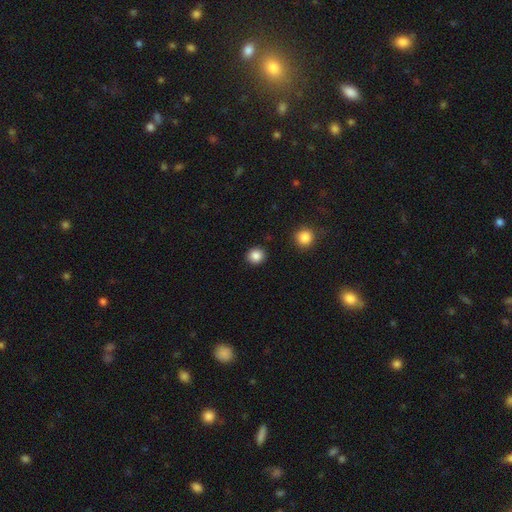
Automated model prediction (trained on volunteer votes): Smooth or featured: smooth — 86% (star or artifact — 10%)
How rounded: round — 85% (in between — 14%)
Merging: none — 91% (minor disturbance — 6%)